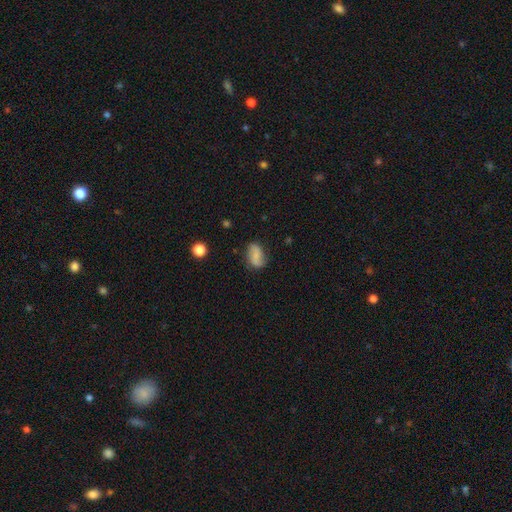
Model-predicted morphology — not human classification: type=smooth (53%); roundness=in between (86%); merging=none (67%).